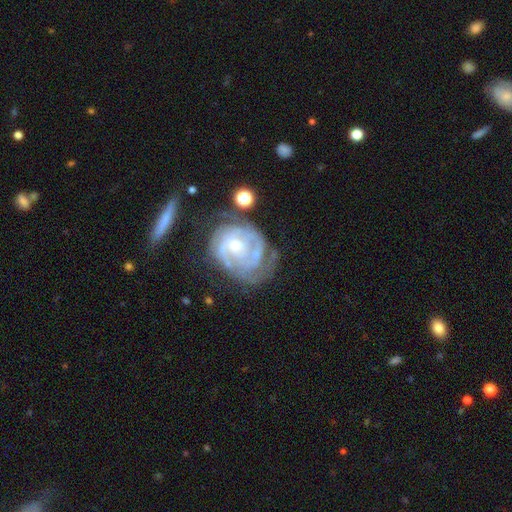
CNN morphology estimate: This appears to be a featured or disk galaxy (82%) with no bar (67%), tight (66%) spiral arms (88%) and a small central bulge (49%). Merging: none (51%).